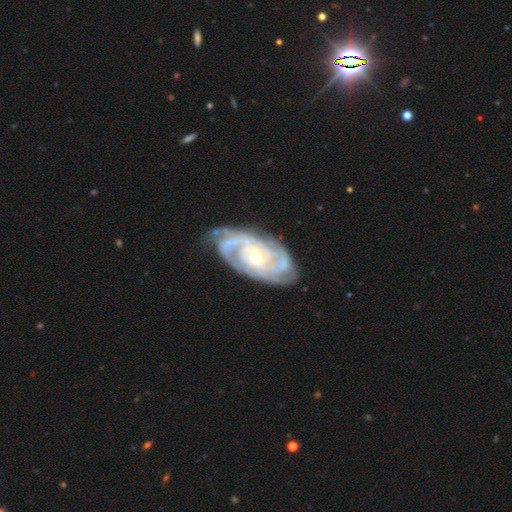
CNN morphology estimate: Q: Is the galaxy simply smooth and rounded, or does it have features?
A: featured or disk — 90%.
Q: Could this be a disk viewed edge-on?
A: no — 95%.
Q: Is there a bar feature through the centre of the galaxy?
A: no — 58%.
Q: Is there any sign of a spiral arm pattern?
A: yes — 97%.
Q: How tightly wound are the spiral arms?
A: tight — 69%.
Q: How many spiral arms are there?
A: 3 — 26%.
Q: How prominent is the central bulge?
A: moderate — 49%.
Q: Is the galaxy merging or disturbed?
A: none — 71%.